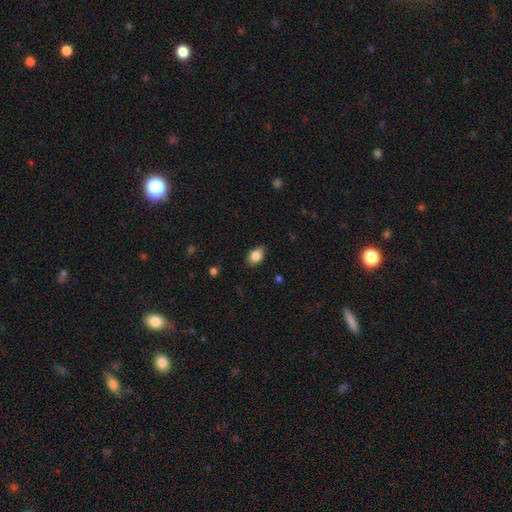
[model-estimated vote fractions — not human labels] Q: Smooth or featured?
A: smooth (86%); runner-up: star or artifact (8%)
Q: How rounded?
A: in between (83%); runner-up: round (16%)
Q: Merging?
A: none (83%); runner-up: minor disturbance (14%)